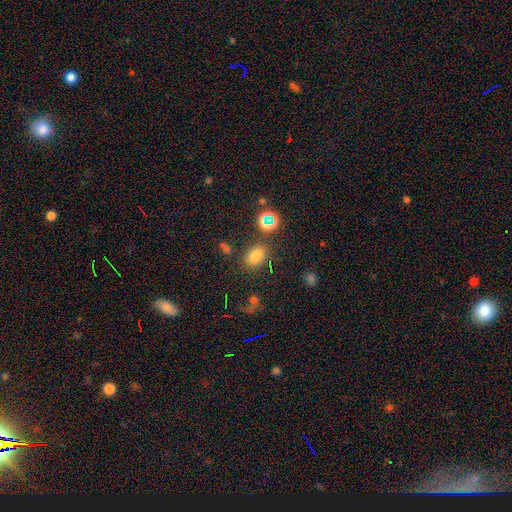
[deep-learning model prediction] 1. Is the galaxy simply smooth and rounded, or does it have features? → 71% smooth, 21% star or artifact, 8% featured or disk.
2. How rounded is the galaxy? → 70% in between, 29% round, 1% cigar-shaped.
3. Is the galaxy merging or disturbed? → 79% none, 11% minor disturbance, 5% merger, 5% major disturbance.